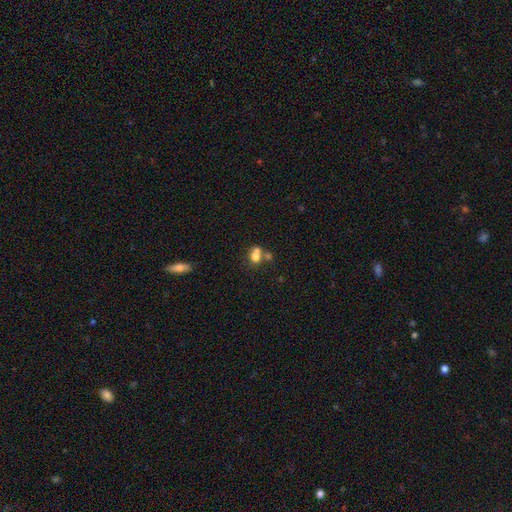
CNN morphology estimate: Smooth or featured?
  - smooth: 73% *
  - featured or disk: 15%
  - star or artifact: 12%
How rounded?
  - in between: 63% *
  - round: 35%
  - cigar-shaped: 2%
Merging?
  - merger: 51% *
  - none: 32%
  - minor disturbance: 11%
  - major disturbance: 6%